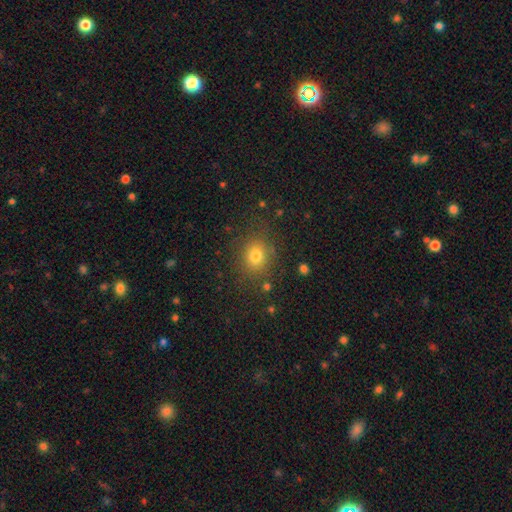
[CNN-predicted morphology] Smooth or featured? smooth (77%)
How rounded? round (71%)
Merging? none (83%)